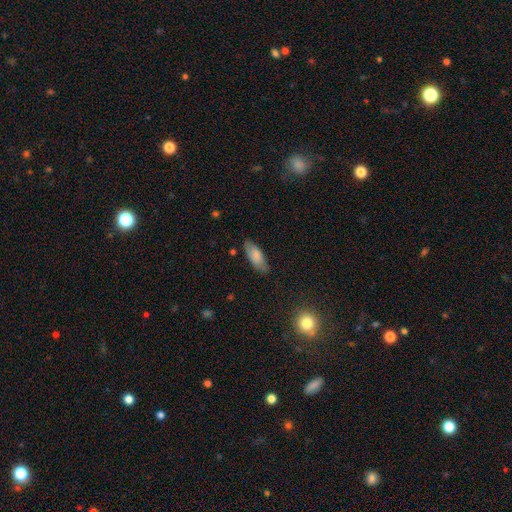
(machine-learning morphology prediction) This appears to be a smooth galaxy with no disk features (80%) that is in between round and cigar-shaped (77%). Merging: none (79%).